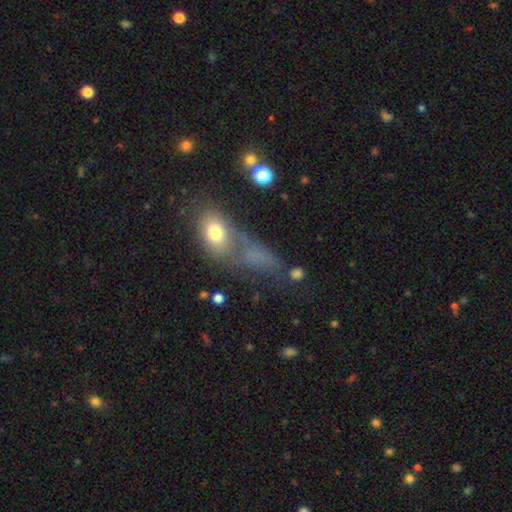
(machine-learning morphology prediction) Smooth or featured? smooth (58%)
How rounded? in between (66%)
Merging? none (40%)